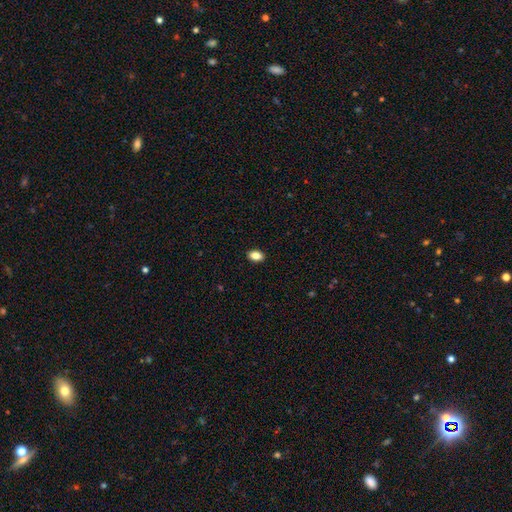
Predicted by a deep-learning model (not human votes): A smooth galaxy with no disk features (85%) that is in between round and cigar-shaped (86%).

Vote fractions:
- Smooth or featured? smooth: 85% / star or artifact: 9% / featured or disk: 6%
- How rounded? in between: 86% / round: 12% / cigar-shaped: 2%
- Merging? none: 90% / minor disturbance: 7% / major disturbance: 2% / merger: 1%